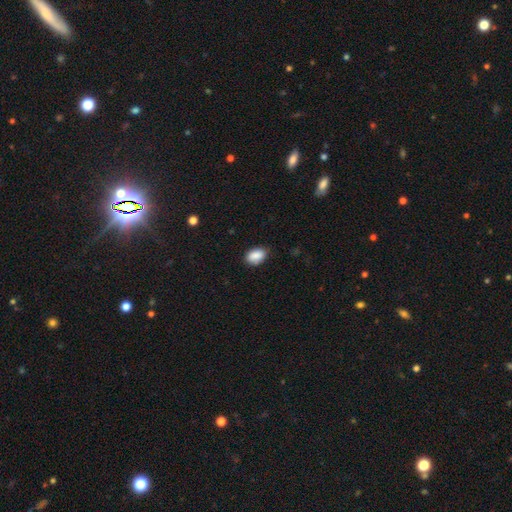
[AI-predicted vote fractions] smooth 88%, star or artifact 7%, featured or disk 5%. Down the decision tree: how rounded — in between (86%); merging — none (80%).